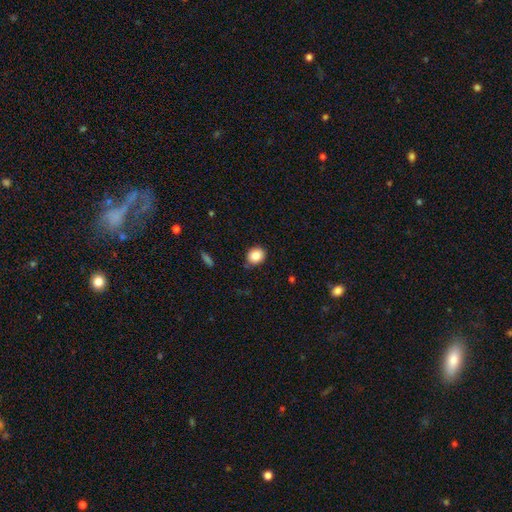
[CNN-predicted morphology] Smooth or featured: smooth — 85% (star or artifact — 9%)
How rounded: round — 67% (in between — 33%)
Merging: none — 85% (minor disturbance — 11%)